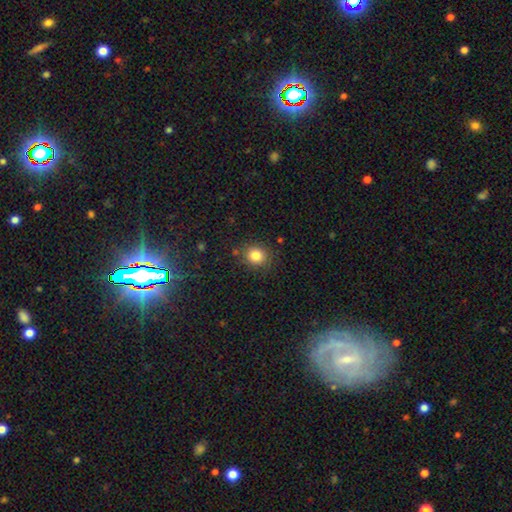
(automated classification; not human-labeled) Smooth or featured?
  - smooth: 83% *
  - star or artifact: 12%
  - featured or disk: 6%
How rounded?
  - round: 81% *
  - in between: 18%
  - cigar-shaped: 1%
Merging?
  - none: 84% *
  - minor disturbance: 10%
  - major disturbance: 3%
  - merger: 2%